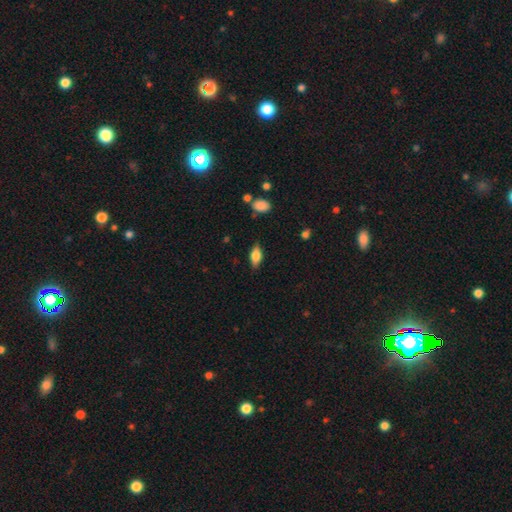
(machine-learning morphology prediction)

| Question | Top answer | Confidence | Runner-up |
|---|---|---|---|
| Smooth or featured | smooth | 64% | featured or disk (28%) |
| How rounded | in between | 82% | cigar-shaped (14%) |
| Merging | none | 83% | minor disturbance (13%) |